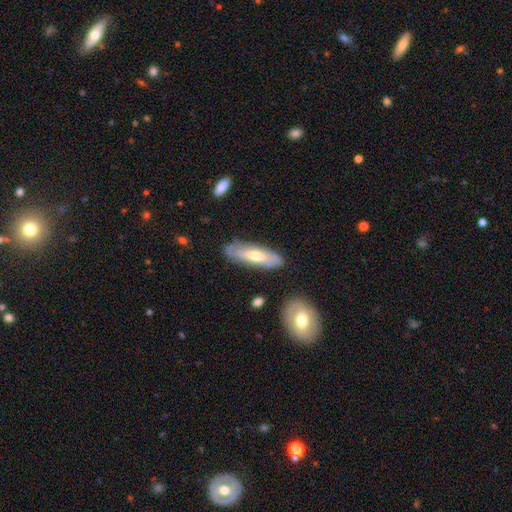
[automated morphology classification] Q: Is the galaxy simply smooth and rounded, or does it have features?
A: featured or disk — 47%, tied with smooth.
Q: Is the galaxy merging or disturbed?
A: none — 79%.